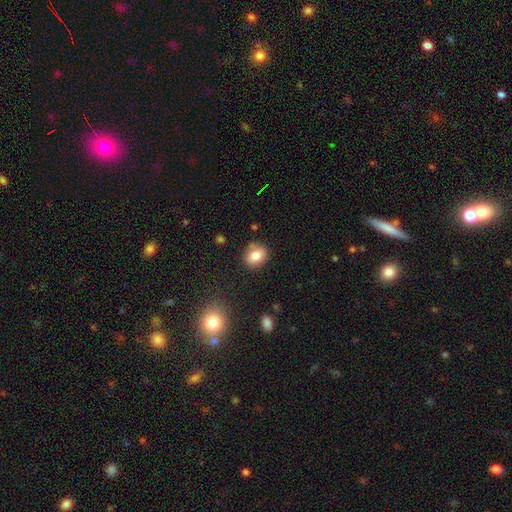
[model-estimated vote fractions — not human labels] smooth 80%, star or artifact 10%, featured or disk 10%. Down the decision tree: how rounded — round (61%); merging — none (79%).